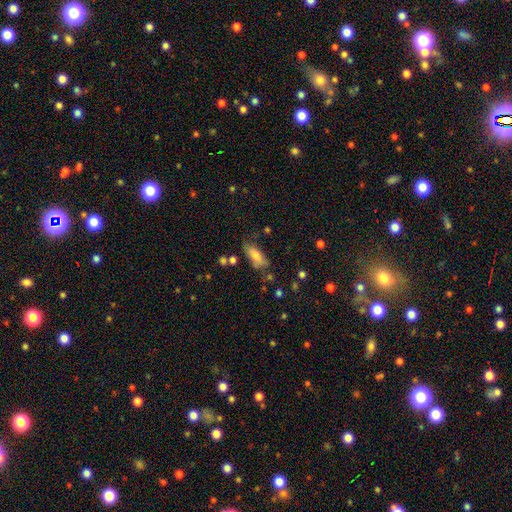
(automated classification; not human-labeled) Q: Smooth or featured?
A: smooth (79%); runner-up: featured or disk (13%)
Q: How rounded?
A: in between (76%); runner-up: cigar-shaped (22%)
Q: Merging?
A: none (62%); runner-up: minor disturbance (23%)